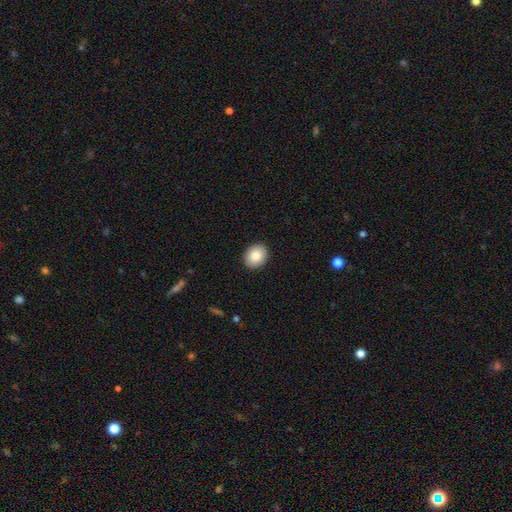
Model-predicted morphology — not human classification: Smooth or featured? Predicted: smooth (p=0.84). How rounded? Predicted: round (p=0.52). Merging? Predicted: none (p=0.91).